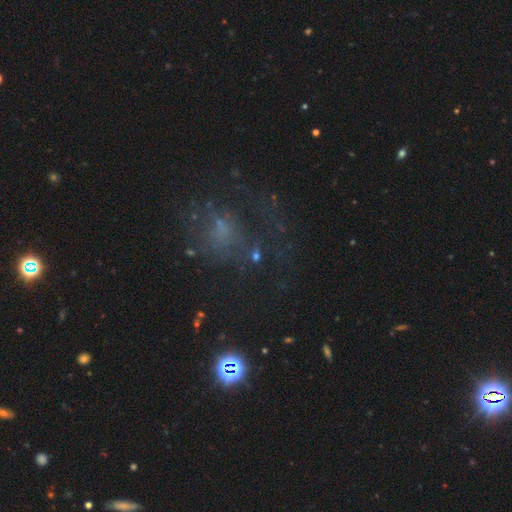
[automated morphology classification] This appears to be a star or artifact, not a galaxy (37%).